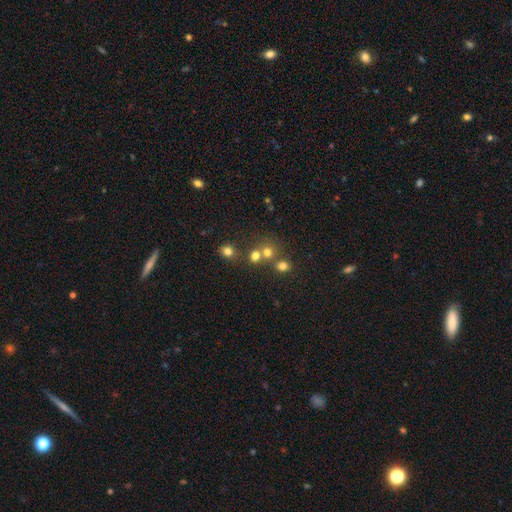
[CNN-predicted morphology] The model was most divided on "merging": none: 53%, merger: 36%, minor disturbance: 7%, major disturbance: 4%. More confident: how rounded — round (82%); smooth or featured — smooth (69%).